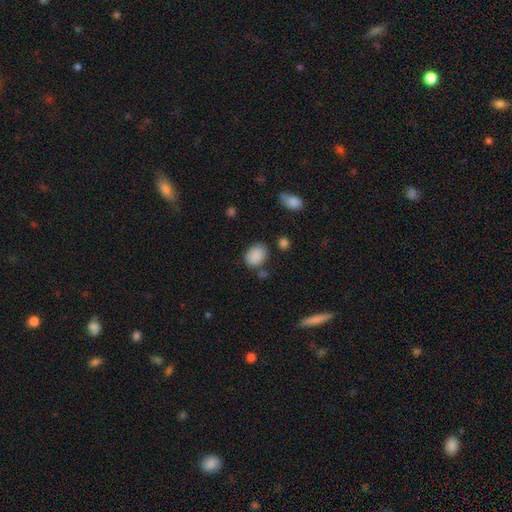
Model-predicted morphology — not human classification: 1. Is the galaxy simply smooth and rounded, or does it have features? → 87% smooth, 8% star or artifact, 4% featured or disk.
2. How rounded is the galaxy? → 71% in between, 28% round, 1% cigar-shaped.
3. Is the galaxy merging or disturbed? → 70% none, 18% minor disturbance, 6% merger, 5% major disturbance.